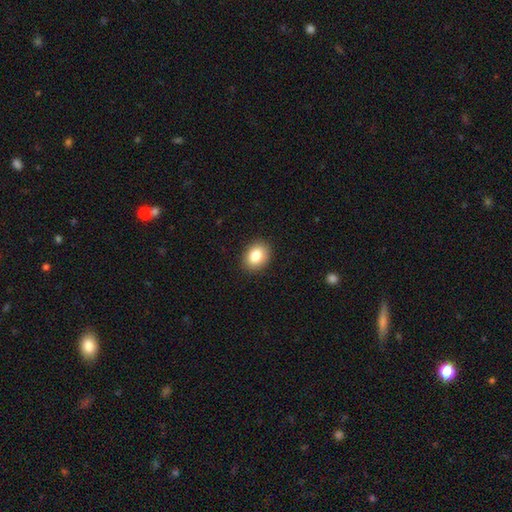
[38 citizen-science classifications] Morphology: type=smooth (97%); roundness=in between (57%); merging=none (92%).